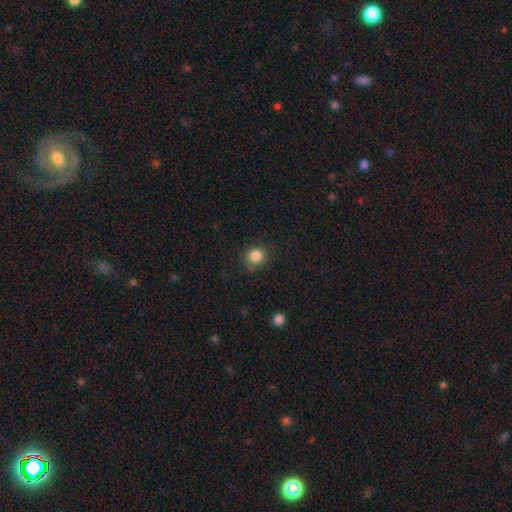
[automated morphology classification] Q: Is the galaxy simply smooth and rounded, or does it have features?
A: smooth — 84%.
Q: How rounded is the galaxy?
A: round — 88%.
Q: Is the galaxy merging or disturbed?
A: none — 82%.